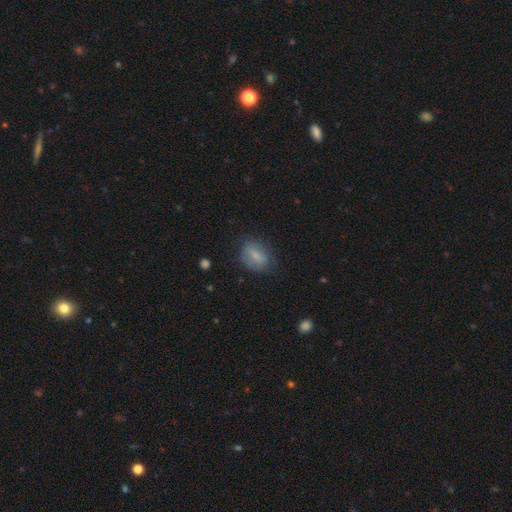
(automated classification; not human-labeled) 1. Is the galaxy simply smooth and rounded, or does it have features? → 74% smooth, 18% featured or disk, 8% star or artifact.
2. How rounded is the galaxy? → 76% in between, 20% round, 4% cigar-shaped.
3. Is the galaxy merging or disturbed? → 73% none, 19% minor disturbance, 6% major disturbance, 1% merger.